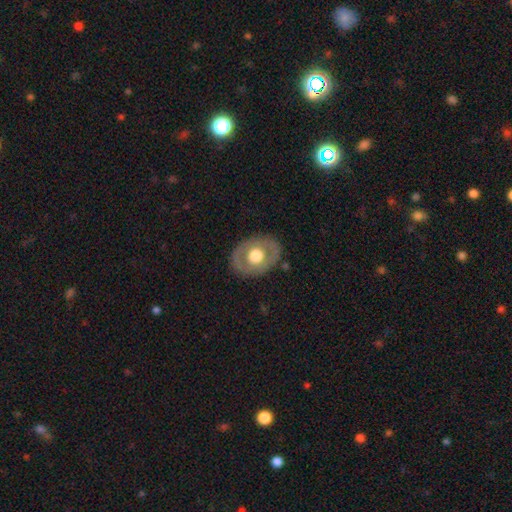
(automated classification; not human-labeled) Q: Smooth or featured?
A: smooth (48%); runner-up: featured or disk (47%)
Q: Merging?
A: none (83%); runner-up: minor disturbance (12%)